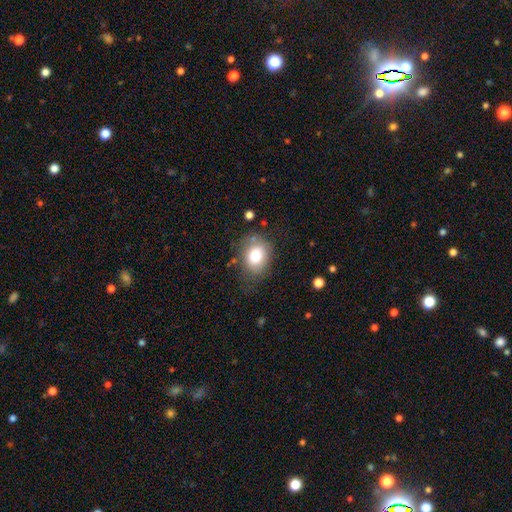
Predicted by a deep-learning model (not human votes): smooth-or-featured: smooth: 77% | featured or disk: 13% | star or artifact: 9%
  how-rounded: in between: 51% | round: 48% | cigar-shaped: 1%
  merging: none: 69% | minor disturbance: 20% | major disturbance: 8% | merger: 3%